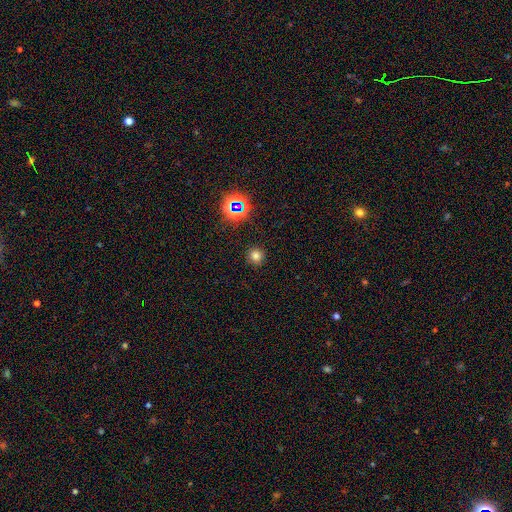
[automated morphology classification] Q: Smooth or featured?
A: smooth (72%); runner-up: star or artifact (22%)
Q: How rounded?
A: round (94%); runner-up: in between (5%)
Q: Merging?
A: none (90%); runner-up: minor disturbance (6%)